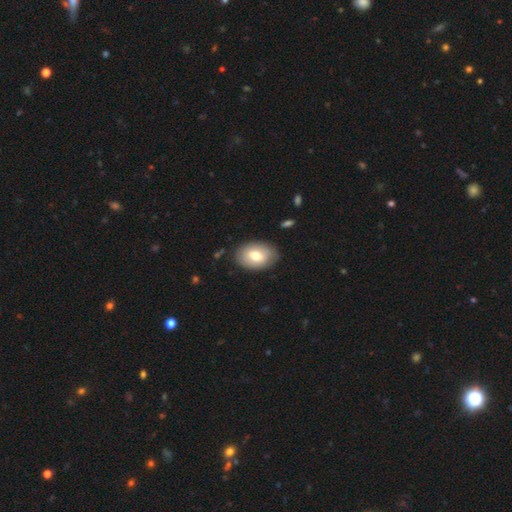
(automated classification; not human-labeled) Overall: smooth (68%). How rounded: in between (85%). Merging: none (84%).